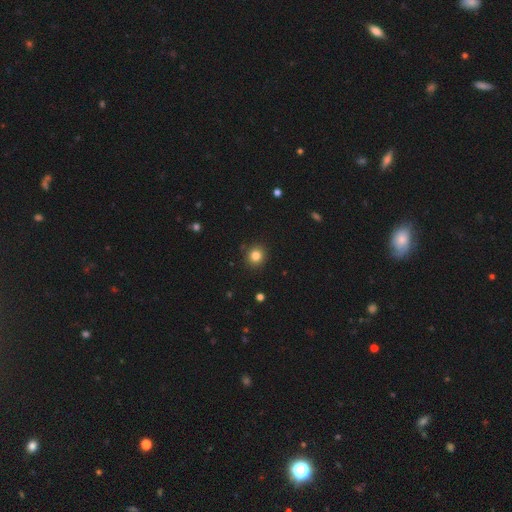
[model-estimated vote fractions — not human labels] Morphology: type=smooth (82%); roundness=round (90%); merging=none (90%).